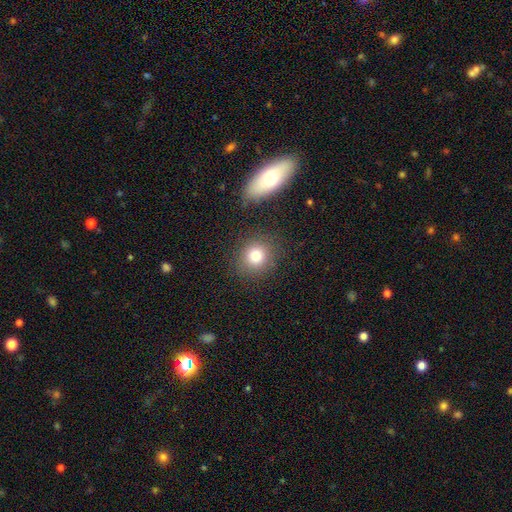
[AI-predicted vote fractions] Overall: smooth (80%). How rounded: round (83%). Merging: none (84%).